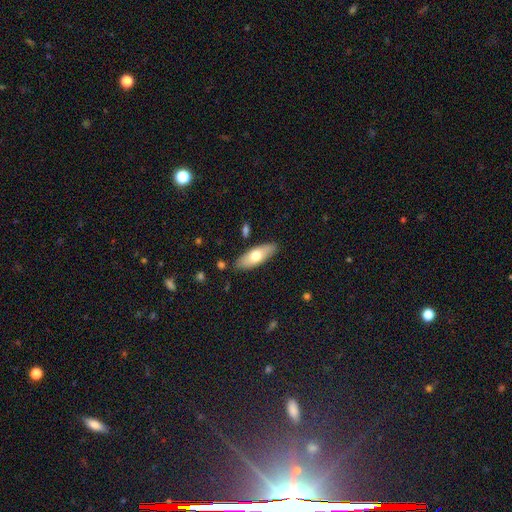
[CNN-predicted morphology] This appears to be a smooth galaxy with no disk features (63%) that is in between round and cigar-shaped (71%). Merging: none (84%).